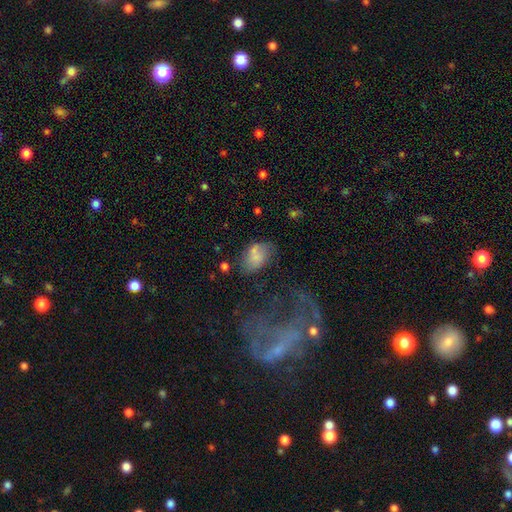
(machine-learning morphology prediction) smooth 68%, featured or disk 22%, star or artifact 10%. Down the decision tree: how rounded — in between (85%); merging — none (50%).